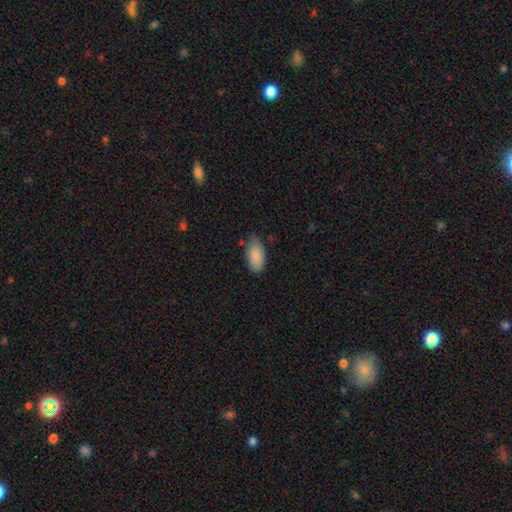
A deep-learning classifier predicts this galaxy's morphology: This is clearly a smooth galaxy (88%). How rounded: clearly in between (94%). Merging: likely none (65%).